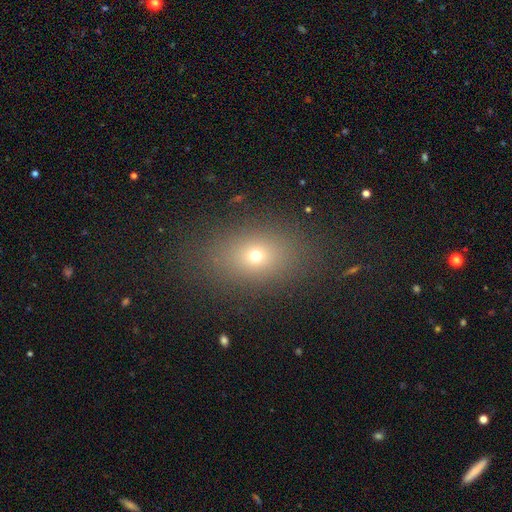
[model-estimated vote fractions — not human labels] Smooth or featured: smooth — 66% (star or artifact — 20%)
How rounded: in between — 68% (round — 30%)
Merging: none — 84% (minor disturbance — 10%)